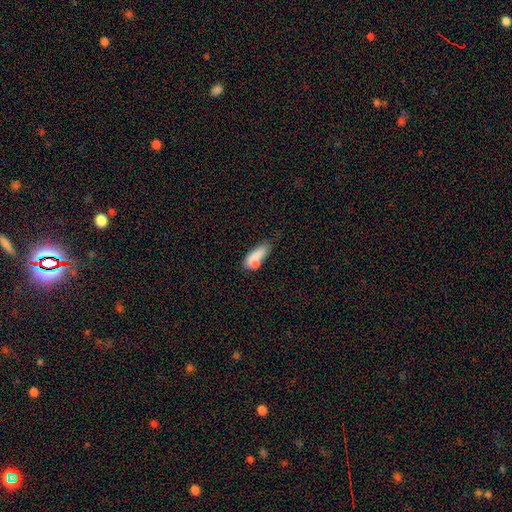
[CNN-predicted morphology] smooth 74%, featured or disk 17%, star or artifact 9%. Down the decision tree: how rounded — in between (75%); merging — merger (30%).